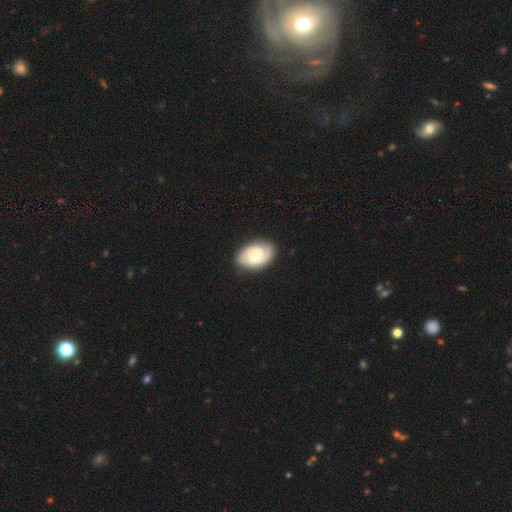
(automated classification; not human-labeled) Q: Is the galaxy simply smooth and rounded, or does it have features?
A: featured or disk — 75%.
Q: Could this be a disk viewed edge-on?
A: no — 97%.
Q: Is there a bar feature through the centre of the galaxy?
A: no — 55%.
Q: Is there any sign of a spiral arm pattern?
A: yes — 95%.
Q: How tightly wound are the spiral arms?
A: tight — 55%.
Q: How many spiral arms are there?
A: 2 — 84%.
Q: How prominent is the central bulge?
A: moderate — 51%.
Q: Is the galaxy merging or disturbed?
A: none — 84%.